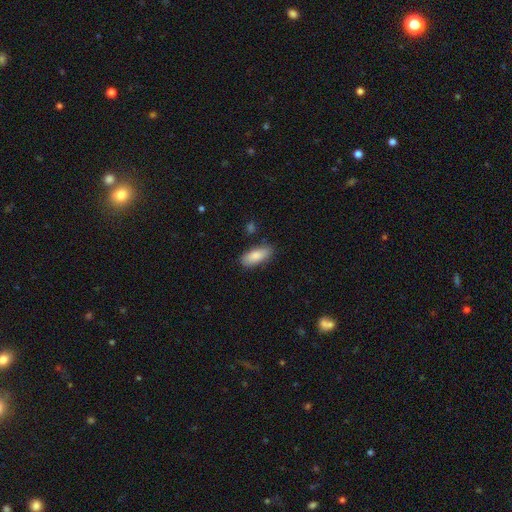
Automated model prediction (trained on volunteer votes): A smooth galaxy with no disk features (86%) that is in between round and cigar-shaped (80%). Merging: none (82%).